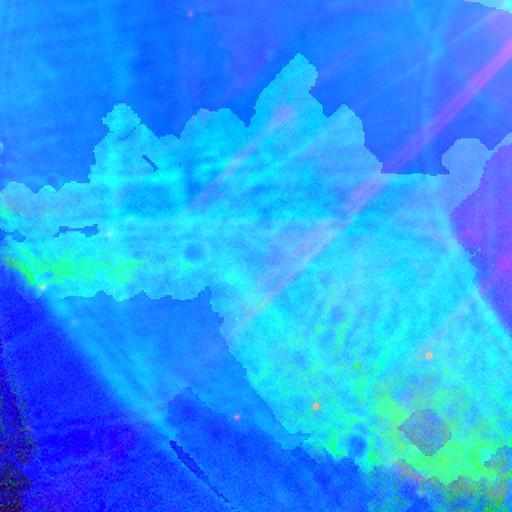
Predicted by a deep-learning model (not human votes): smooth-or-featured: star or artifact: 83% | featured or disk: 10% | smooth: 7%